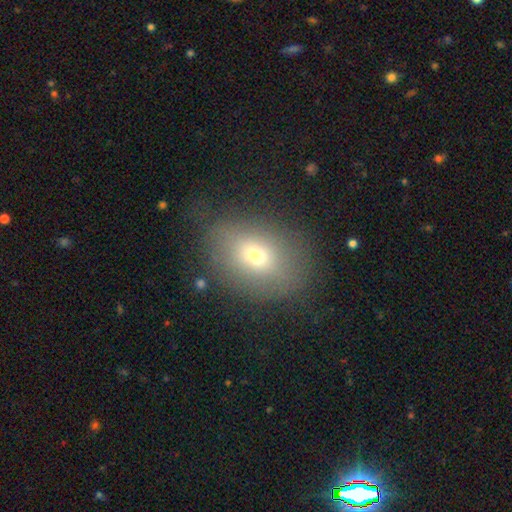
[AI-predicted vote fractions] The model was most divided on "how rounded": in between: 70%, round: 28%, cigar-shaped: 2%. More confident: merging — none (70%); smooth or featured — smooth (66%).